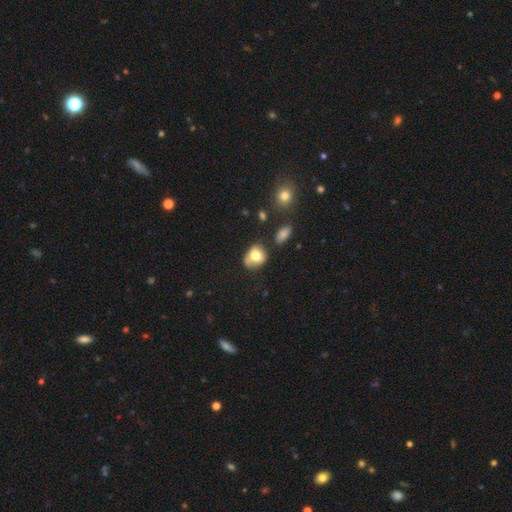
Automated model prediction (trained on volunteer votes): A smooth galaxy with no disk features (72%) that is in between round and cigar-shaped (52%).

Vote fractions:
- Smooth or featured? smooth: 72% / featured or disk: 19% / star or artifact: 9%
- How rounded? in between: 52% / round: 47% / cigar-shaped: 1%
- Merging? none: 49% / minor disturbance: 30% / major disturbance: 12% / merger: 8%